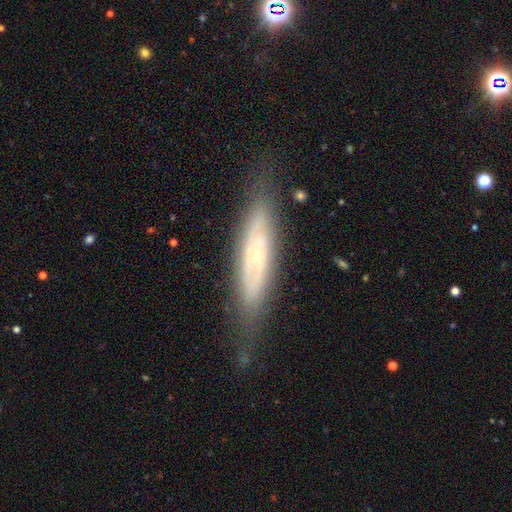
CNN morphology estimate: featured or disk 61%, smooth 31%, star or artifact 8%. Down the decision tree: edge-on disk — yes (59%); merging — none (72%).